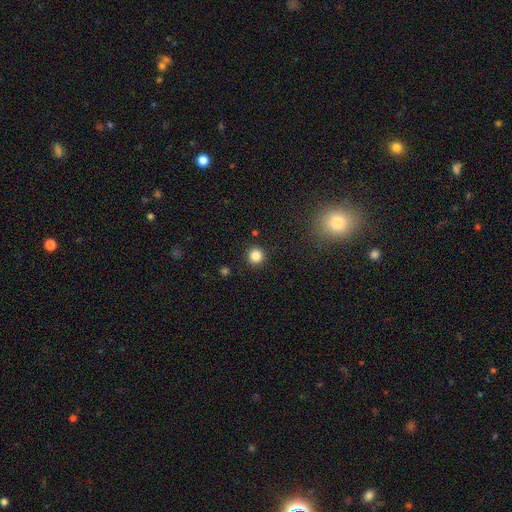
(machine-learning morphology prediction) A smooth galaxy with no disk features (83%) that is round (95%). Merging: none (92%).